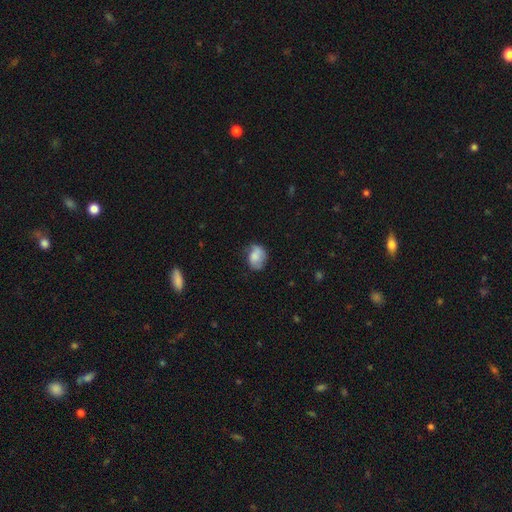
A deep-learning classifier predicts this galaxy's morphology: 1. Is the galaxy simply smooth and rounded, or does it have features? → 67% smooth, 25% featured or disk, 8% star or artifact.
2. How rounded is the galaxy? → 58% in between, 41% round, 1% cigar-shaped.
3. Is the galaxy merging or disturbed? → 54% none, 32% minor disturbance, 12% major disturbance, 2% merger.